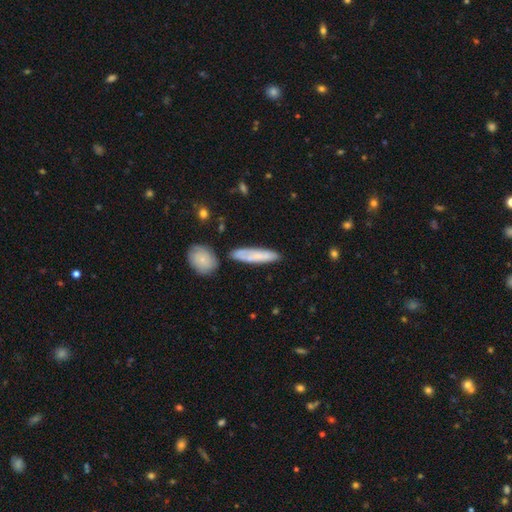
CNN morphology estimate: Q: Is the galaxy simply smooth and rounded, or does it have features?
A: smooth — 68%.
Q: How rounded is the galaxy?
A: cigar-shaped — 79%.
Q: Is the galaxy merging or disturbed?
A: none — 73%.